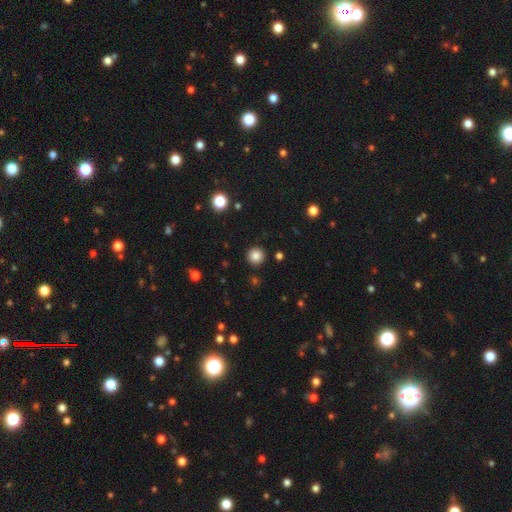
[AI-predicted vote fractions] smooth-or-featured: smooth: 85% | star or artifact: 11% | featured or disk: 4%
  how-rounded: round: 95% | in between: 4% | cigar-shaped: 1%
  merging: none: 92% | minor disturbance: 5% | major disturbance: 2% | merger: 1%